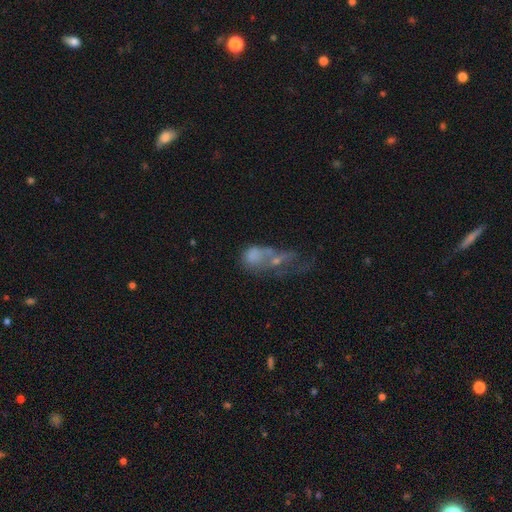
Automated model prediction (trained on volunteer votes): Morphology: type=smooth (52%); roundness=in between (68%); merging=merger (48%).